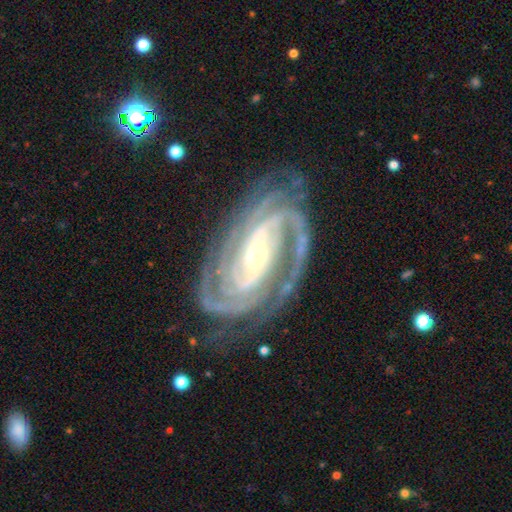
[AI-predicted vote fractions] This is clearly a featured or disk galaxy (93%). It is clearly not viewed edge-on (96%). Bar: marginally strong (43%). Spiral arm pattern: clearly yes (99%). Spiral arm count: marginally 3 (32%). Spiral winding: likely tight (72%). Central bulge: likely small (61%). Merging: likely none (76%).